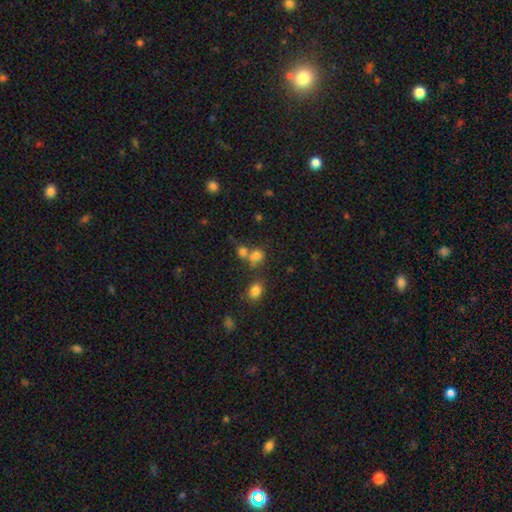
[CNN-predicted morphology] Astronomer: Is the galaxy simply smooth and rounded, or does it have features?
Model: smooth — 74%.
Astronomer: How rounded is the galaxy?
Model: round — 67%.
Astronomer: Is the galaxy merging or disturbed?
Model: merger — 43% (runner-up: none, 42%).